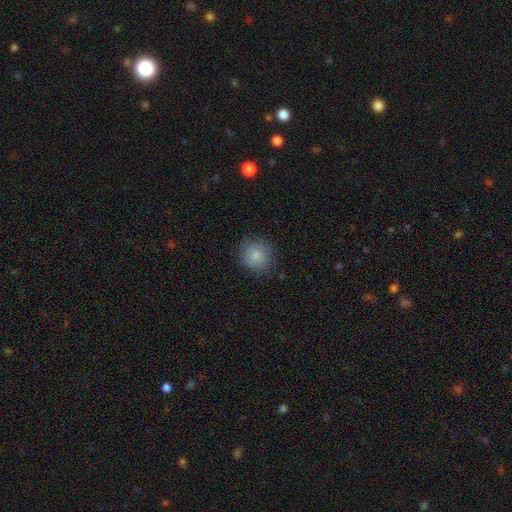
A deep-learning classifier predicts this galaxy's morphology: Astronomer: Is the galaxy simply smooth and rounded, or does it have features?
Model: smooth — 84%.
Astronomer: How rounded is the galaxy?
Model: round — 86%.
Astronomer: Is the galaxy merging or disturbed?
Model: none — 76%.